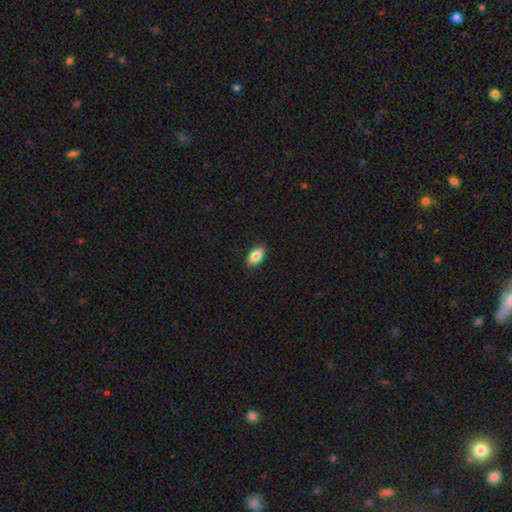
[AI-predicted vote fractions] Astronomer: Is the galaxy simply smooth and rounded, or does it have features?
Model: smooth — 86%.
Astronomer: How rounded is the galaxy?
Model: in between — 92%.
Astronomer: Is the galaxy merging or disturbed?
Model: none — 90%.